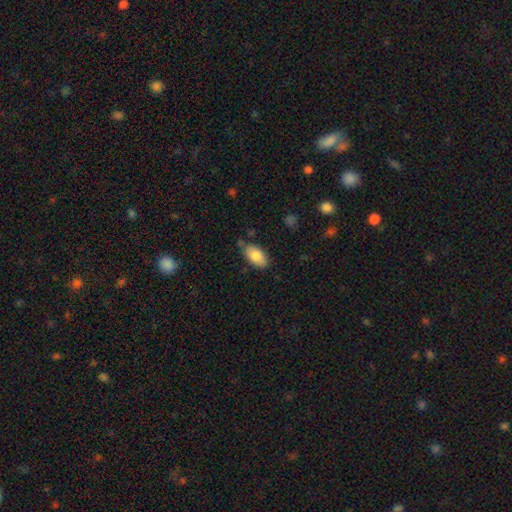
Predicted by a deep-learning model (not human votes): The model was most divided on "merging": none: 76%, minor disturbance: 17%, merger: 4%, major disturbance: 3%. More confident: how rounded — in between (93%); smooth or featured — smooth (84%).